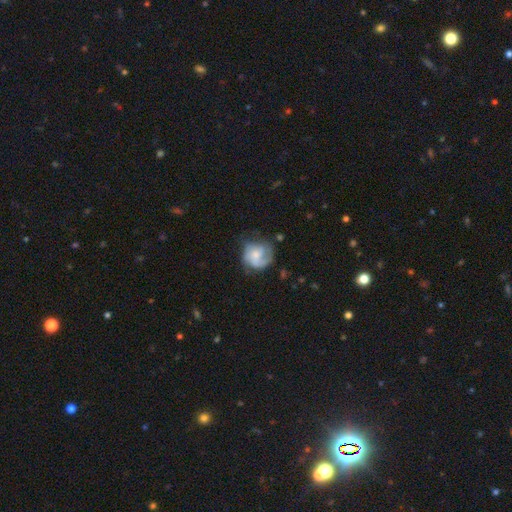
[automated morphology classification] smooth-or-featured: featured or disk: 56% | smooth: 37% | star or artifact: 7%
  disk-edge-on: no: 98% | yes: 2%
    bar: no: 66% | weak: 29% | strong: 5%
    has-spiral-arms: yes: 81% | no: 19%
    bulge-size: small: 42% | moderate: 35% | none: 15% | large: 6% | dominant: 2%
  merging: none: 52% | minor disturbance: 25% | major disturbance: 20% | merger: 2%